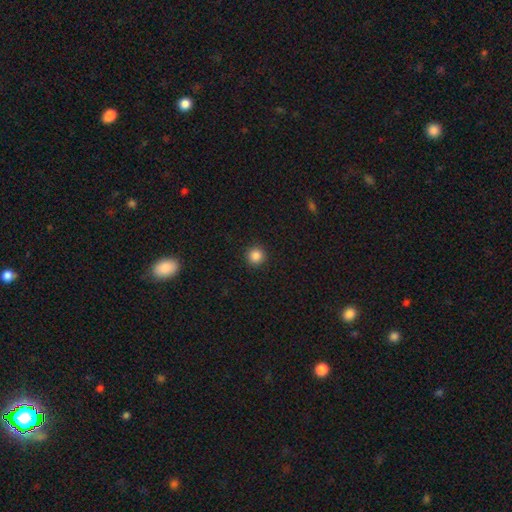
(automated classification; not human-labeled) Smooth or featured? smooth (86%)
How rounded? round (96%)
Merging? none (93%)